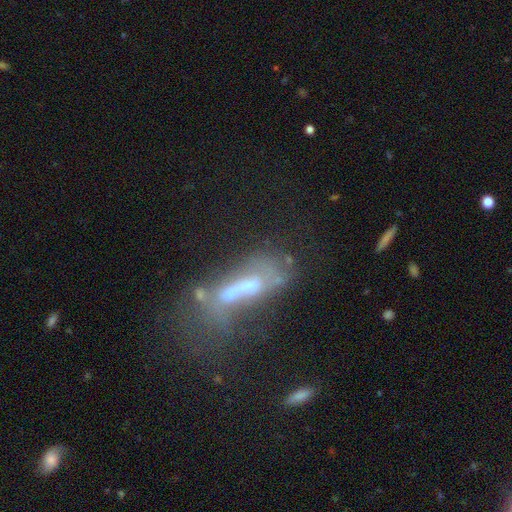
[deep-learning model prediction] The model was most divided on "merging": major disturbance: 33%, none: 28%, merger: 24%, minor disturbance: 16%. More confident: edge-on disk — no (78%); smooth or featured — featured or disk (57%).